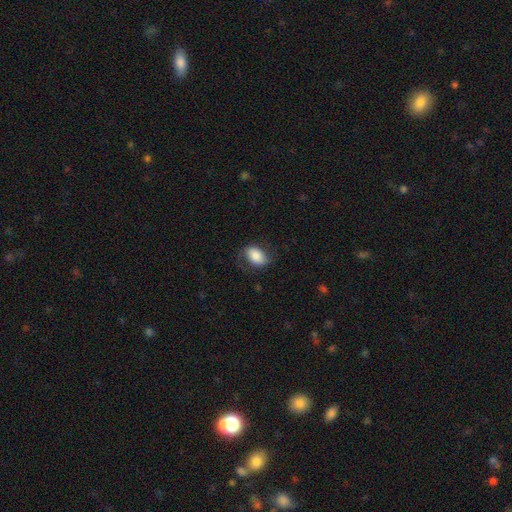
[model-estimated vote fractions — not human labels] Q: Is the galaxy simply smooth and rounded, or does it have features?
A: smooth — 75%.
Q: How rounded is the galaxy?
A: in between — 85%.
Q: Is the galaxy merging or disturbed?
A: none — 66%.